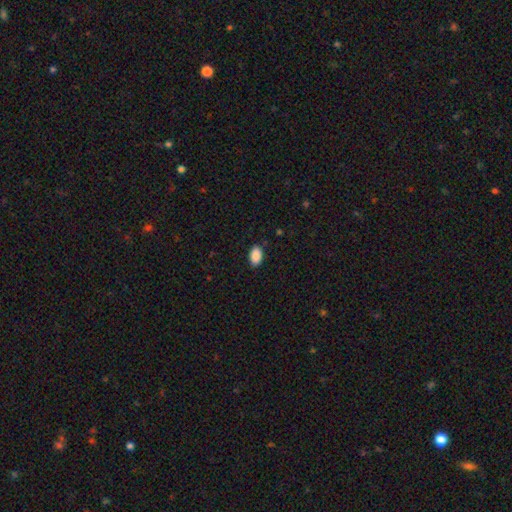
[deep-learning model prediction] The model was most divided on "merging": none: 87%, minor disturbance: 10%, major disturbance: 2%, merger: 1%. More confident: how rounded — in between (93%); smooth or featured — smooth (90%).